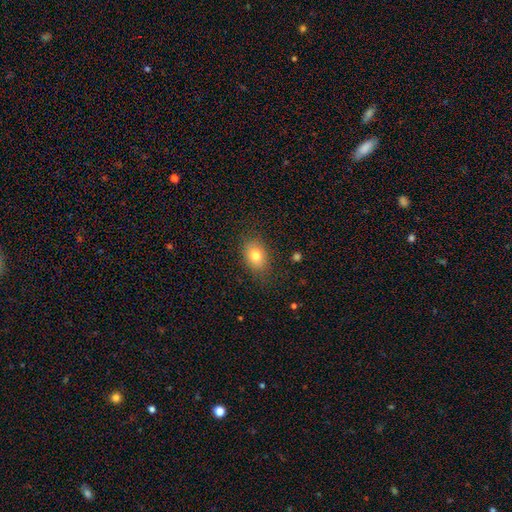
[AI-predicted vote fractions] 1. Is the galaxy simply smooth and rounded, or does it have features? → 78% smooth, 12% featured or disk, 10% star or artifact.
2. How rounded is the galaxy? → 70% in between, 29% round, 1% cigar-shaped.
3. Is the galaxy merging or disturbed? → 79% none, 15% minor disturbance, 5% major disturbance, 1% merger.